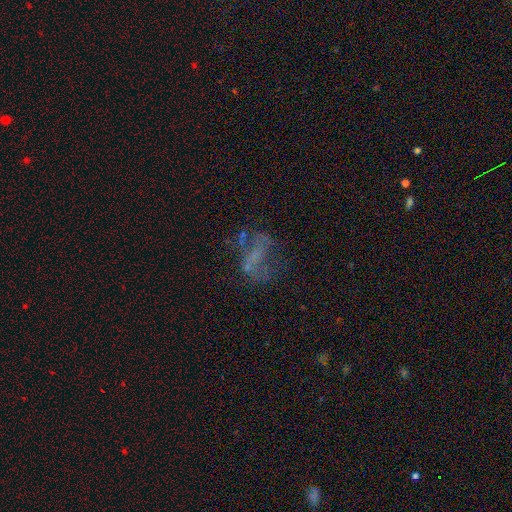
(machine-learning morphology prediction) A featured or disk galaxy (50%). Merging: none (44%).